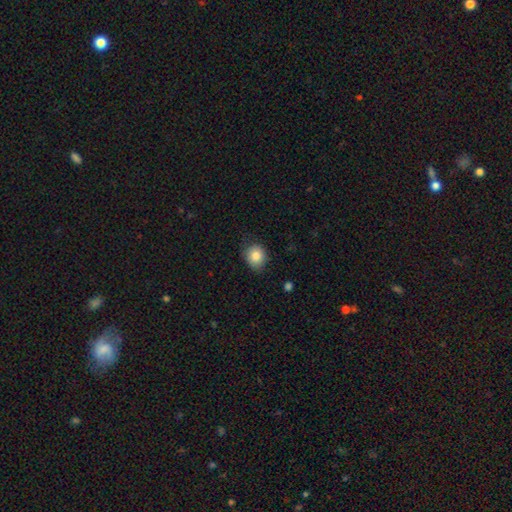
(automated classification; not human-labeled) A smooth galaxy with no disk features (83%) that is round (74%).

Vote fractions:
- Smooth or featured? smooth: 83% / star or artifact: 9% / featured or disk: 8%
- How rounded? round: 74% / in between: 25% / cigar-shaped: 1%
- Merging? none: 78% / minor disturbance: 18% / major disturbance: 3% / merger: 1%